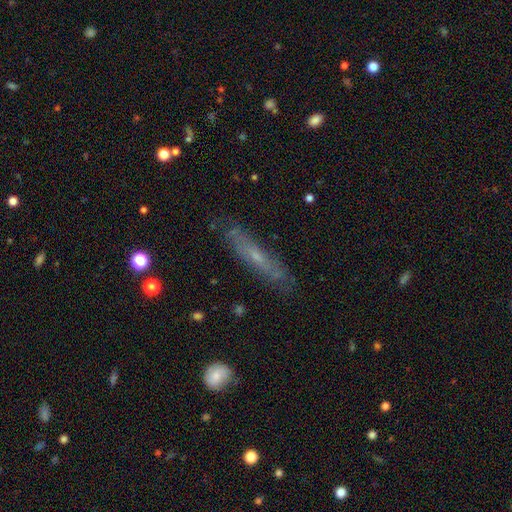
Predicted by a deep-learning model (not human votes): featured or disk 53%, smooth 39%, star or artifact 8%. Down the decision tree: edge-on disk — yes (64%); merging — none (77%).